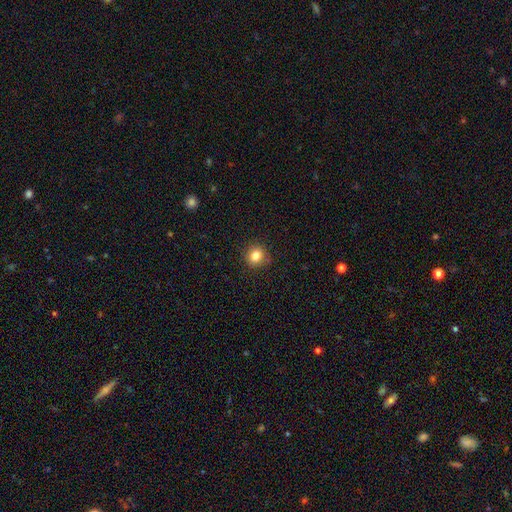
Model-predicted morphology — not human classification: A smooth galaxy with no disk features (83%) that is round (84%). Merging: none (88%).